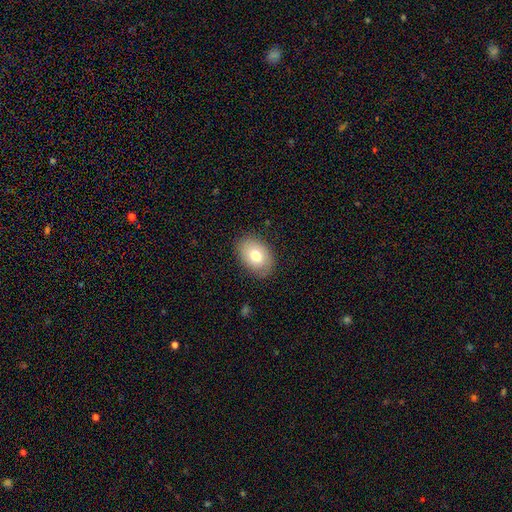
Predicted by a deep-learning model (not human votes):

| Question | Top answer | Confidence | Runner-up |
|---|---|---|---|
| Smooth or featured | smooth | 74% | featured or disk (18%) |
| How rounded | in between | 83% | round (17%) |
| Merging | none | 83% | minor disturbance (13%) |